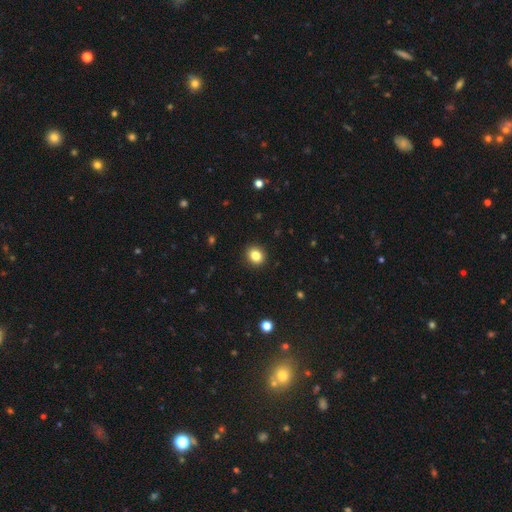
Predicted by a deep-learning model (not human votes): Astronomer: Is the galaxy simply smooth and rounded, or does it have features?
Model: smooth — 84%.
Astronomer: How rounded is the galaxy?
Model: round — 75%.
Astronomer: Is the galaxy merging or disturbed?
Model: none — 92%.